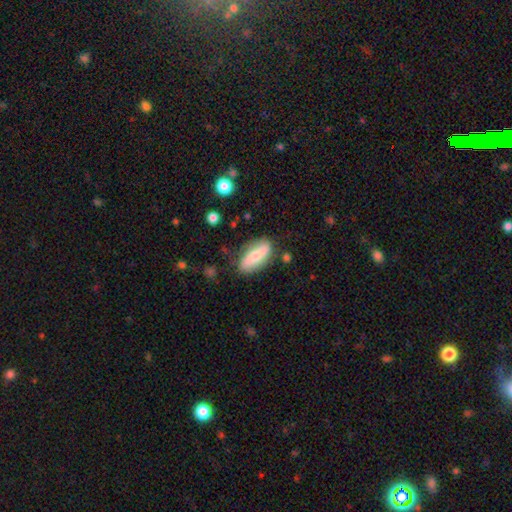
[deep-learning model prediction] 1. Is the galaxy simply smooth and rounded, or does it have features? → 55% smooth, 39% featured or disk, 6% star or artifact.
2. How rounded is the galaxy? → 81% in between, 15% cigar-shaped, 4% round.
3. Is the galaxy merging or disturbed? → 74% none, 18% minor disturbance, 5% major disturbance, 3% merger.